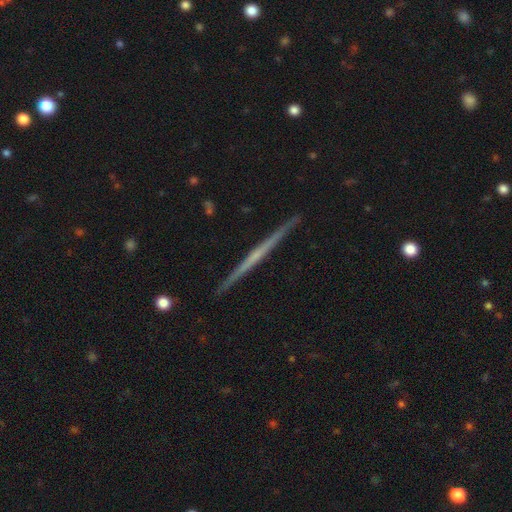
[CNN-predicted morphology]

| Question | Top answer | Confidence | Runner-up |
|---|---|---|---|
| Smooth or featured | featured or disk | 70% | smooth (24%) |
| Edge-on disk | yes | 98% | no (2%) |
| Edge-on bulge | none | 79% | rounded (15%) |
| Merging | none | 93% | minor disturbance (5%) |